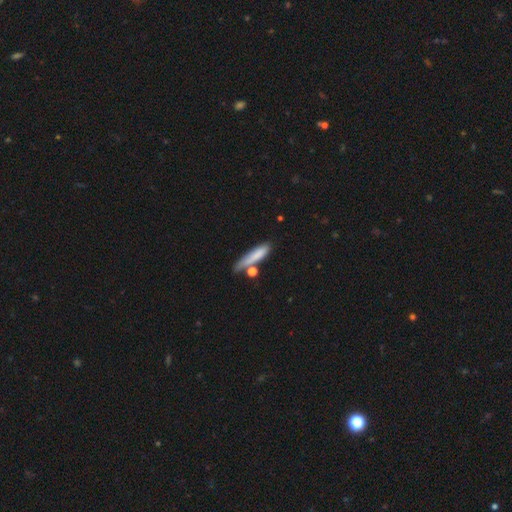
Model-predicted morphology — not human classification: Q: Smooth or featured?
A: smooth (76%); runner-up: featured or disk (16%)
Q: How rounded?
A: cigar-shaped (75%); runner-up: in between (22%)
Q: Merging?
A: none (56%); runner-up: minor disturbance (21%)